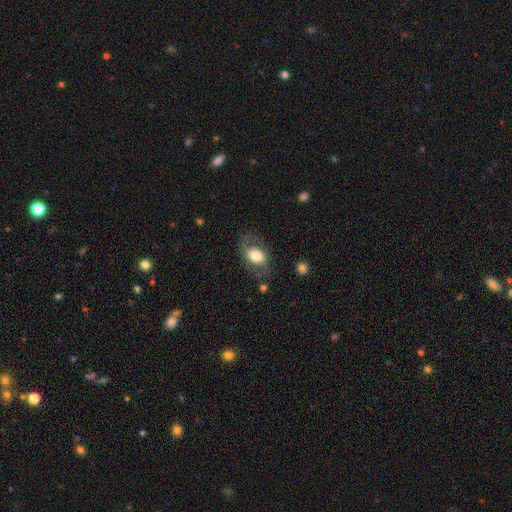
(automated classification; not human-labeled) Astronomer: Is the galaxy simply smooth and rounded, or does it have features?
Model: smooth — 60%.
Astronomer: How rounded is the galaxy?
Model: in between — 76%.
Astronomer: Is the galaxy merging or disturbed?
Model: none — 67%.